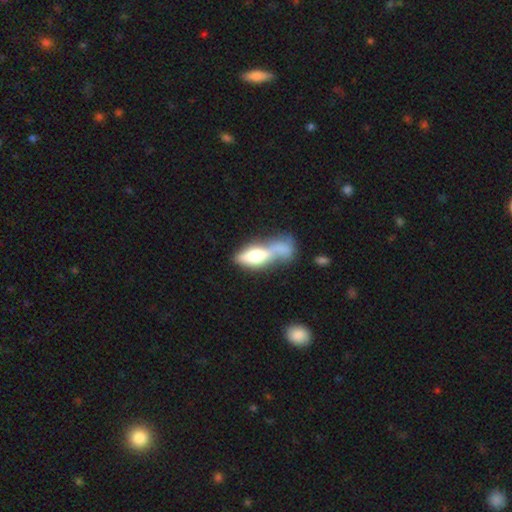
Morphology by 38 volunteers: type=smooth (61%); roundness=in between (78%); merging=merger (49%).